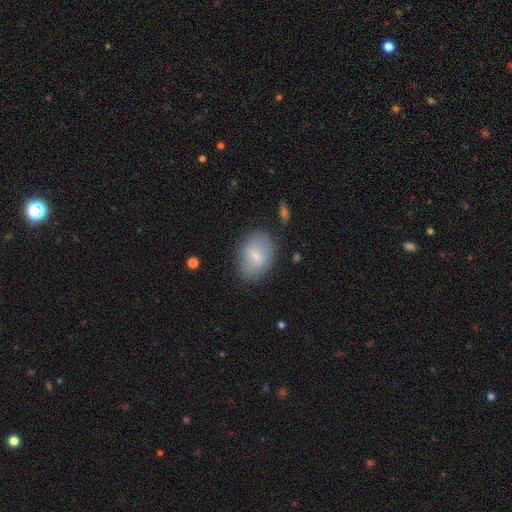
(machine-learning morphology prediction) The model was most divided on "smooth or featured": smooth: 68%, featured or disk: 24%, star or artifact: 8%. More confident: how rounded — in between (80%); merging — none (77%).